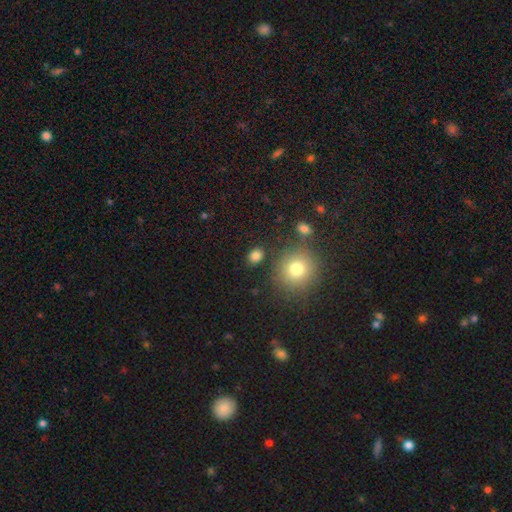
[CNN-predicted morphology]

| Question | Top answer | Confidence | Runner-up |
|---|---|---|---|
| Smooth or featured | smooth | 83% | star or artifact (12%) |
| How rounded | round | 52% | in between (47%) |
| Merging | none | 84% | minor disturbance (9%) |